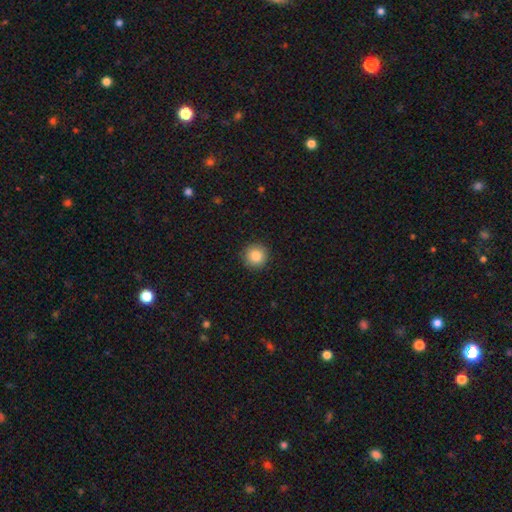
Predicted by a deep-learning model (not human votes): Smooth or featured? Predicted: smooth (p=0.85). How rounded? Predicted: round (p=0.95). Merging? Predicted: none (p=0.92).